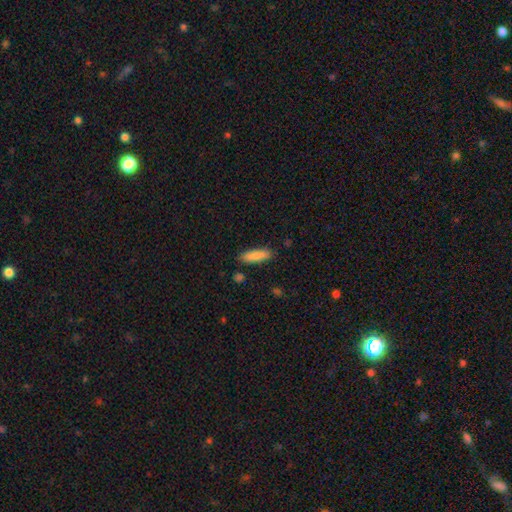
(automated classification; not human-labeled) smooth-or-featured: smooth: 87% | featured or disk: 7% | star or artifact: 6%
  how-rounded: cigar-shaped: 59% | in between: 39% | round: 2%
  merging: none: 86% | minor disturbance: 10% | major disturbance: 2% | merger: 2%